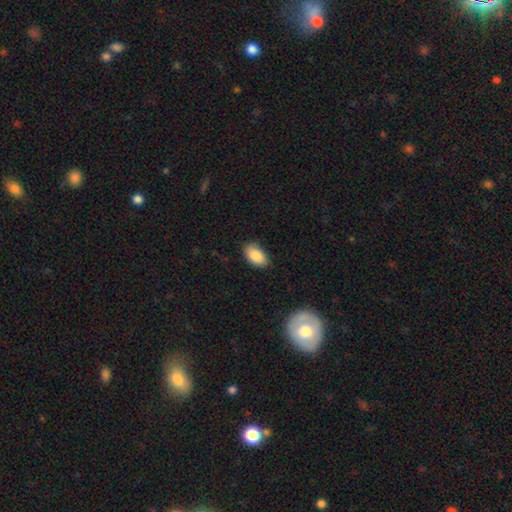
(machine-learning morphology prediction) The model was most divided on "merging": none: 84%, minor disturbance: 13%, major disturbance: 2%, merger: 1%. More confident: how rounded — in between (93%); smooth or featured — smooth (87%).